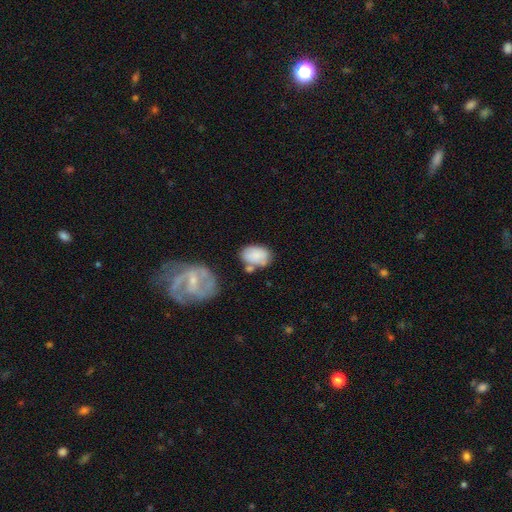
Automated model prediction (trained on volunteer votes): A smooth galaxy with no disk features (77%) that is in between round and cigar-shaped (83%). Merging: none (50%).